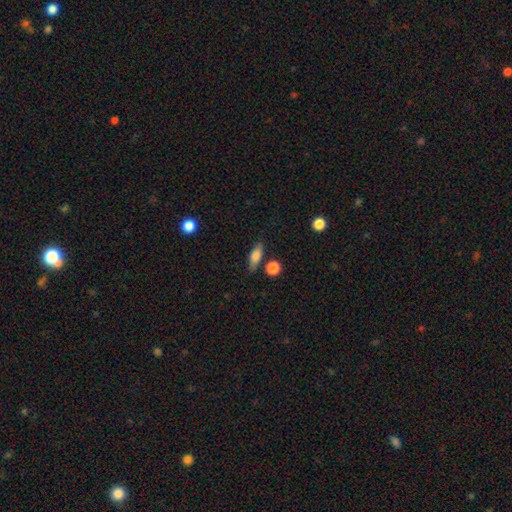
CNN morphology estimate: Smooth or featured: smooth — 77% (featured or disk — 15%)
How rounded: in between — 65% (cigar-shaped — 28%)
Merging: none — 76% (minor disturbance — 14%)